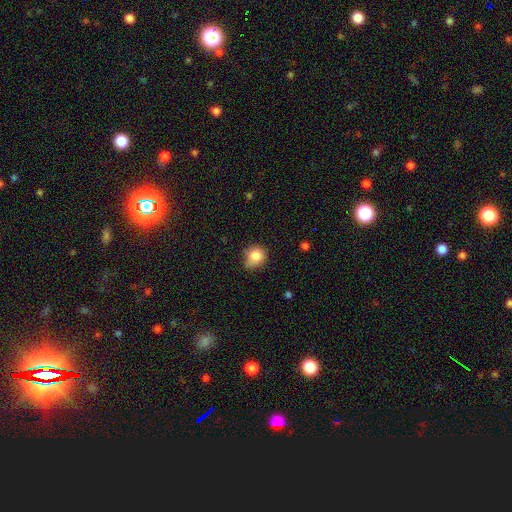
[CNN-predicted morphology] Smooth or featured? smooth (82%)
How rounded? round (79%)
Merging? none (53%)